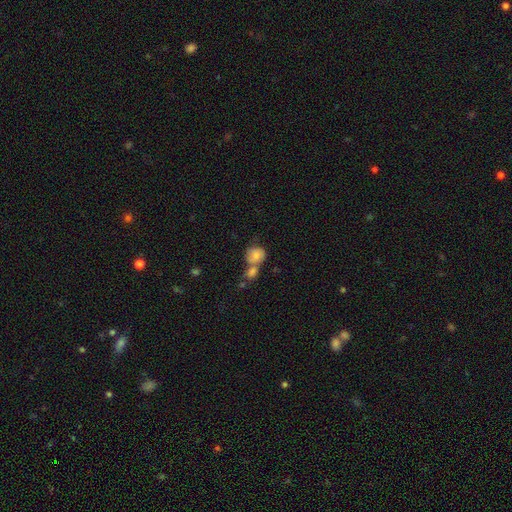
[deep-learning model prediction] smooth_or_featured: smooth (p=0.75) [alt: featured or disk p=0.16]
how_rounded: round (p=0.73) [alt: in between p=0.26]
merging: merger (p=0.51) [alt: none p=0.32]